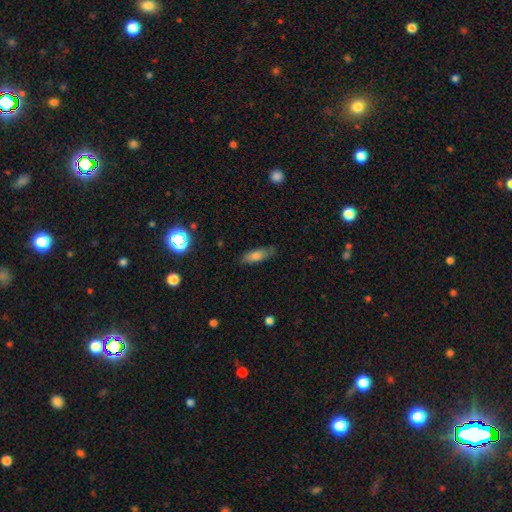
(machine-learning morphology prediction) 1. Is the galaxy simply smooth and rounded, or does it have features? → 75% smooth, 17% featured or disk, 8% star or artifact.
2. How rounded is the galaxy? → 58% in between, 39% cigar-shaped, 2% round.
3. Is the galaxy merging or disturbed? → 77% none, 18% minor disturbance, 4% major disturbance, 2% merger.